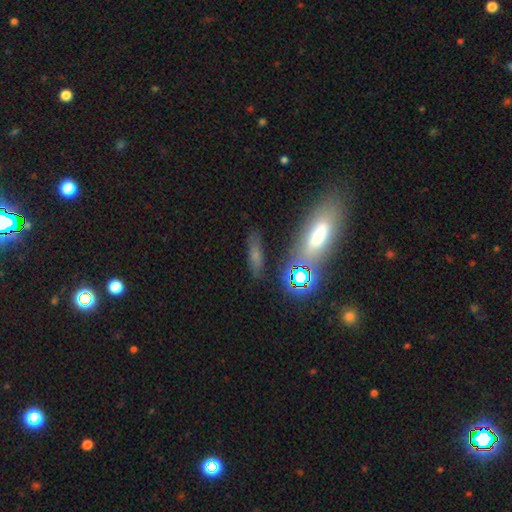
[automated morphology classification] Smooth or featured? smooth (54%)
How rounded? cigar-shaped (54%)
Merging? none (76%)